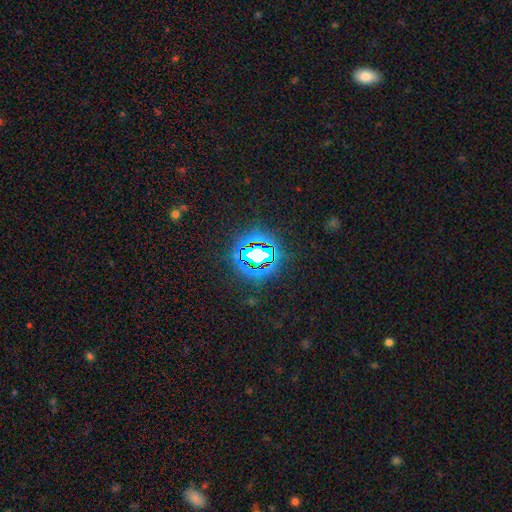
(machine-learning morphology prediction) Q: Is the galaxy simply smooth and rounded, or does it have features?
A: star or artifact — 79%.